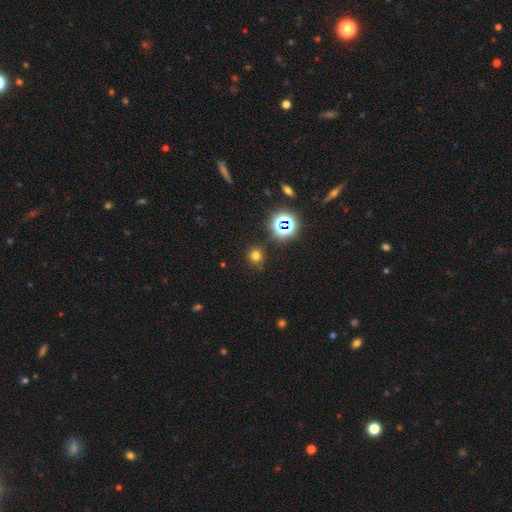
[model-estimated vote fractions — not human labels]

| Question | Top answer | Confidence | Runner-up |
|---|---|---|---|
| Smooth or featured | smooth | 70% | star or artifact (24%) |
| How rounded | round | 90% | in between (9%) |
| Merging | none | 85% | minor disturbance (10%) |